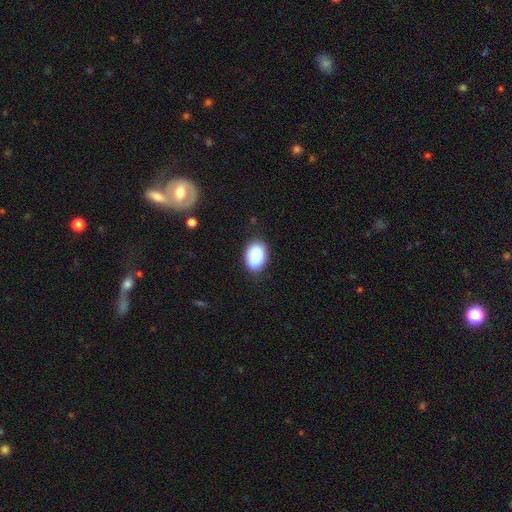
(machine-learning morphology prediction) A smooth galaxy with no disk features (89%) that is in between round and cigar-shaped (84%).

Vote fractions:
- Smooth or featured? smooth: 89% / star or artifact: 7% / featured or disk: 4%
- How rounded? in between: 84% / round: 15% / cigar-shaped: 1%
- Merging? none: 84% / minor disturbance: 12% / major disturbance: 3% / merger: 1%